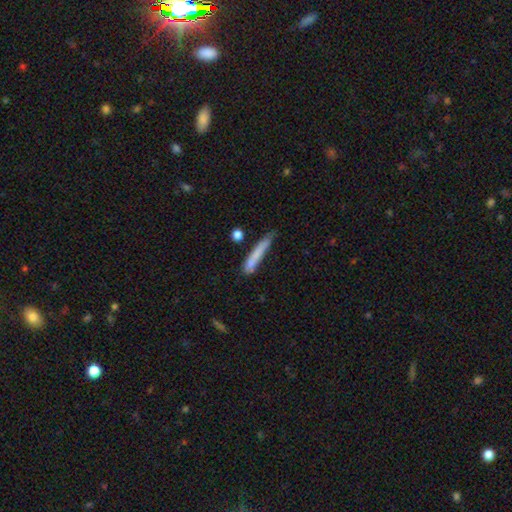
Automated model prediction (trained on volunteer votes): This appears to be a smooth galaxy with no disk features (72%) that is cigar-shaped (93%). Merging: none (57%).